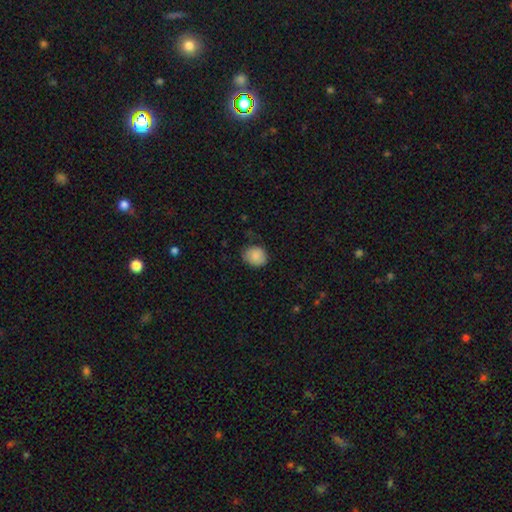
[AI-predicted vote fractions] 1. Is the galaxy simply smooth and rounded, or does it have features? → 86% smooth, 7% star or artifact, 6% featured or disk.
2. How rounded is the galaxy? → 66% round, 33% in between, 1% cigar-shaped.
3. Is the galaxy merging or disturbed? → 77% none, 18% minor disturbance, 4% major disturbance, 1% merger.